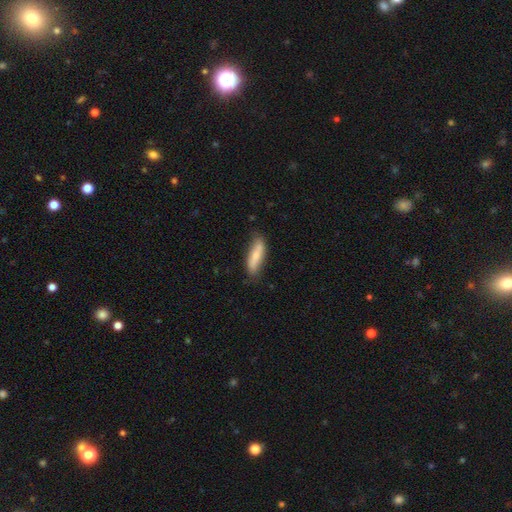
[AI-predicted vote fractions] Overall: smooth (68%). How rounded: cigar-shaped (58%; in between 40%). Merging: none (74%).